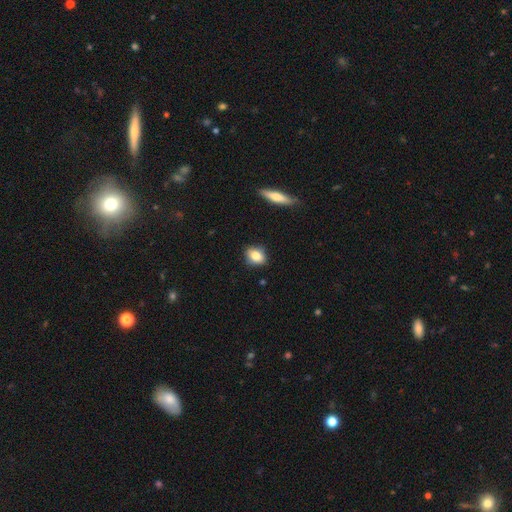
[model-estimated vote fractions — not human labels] smooth-or-featured: smooth: 80% | featured or disk: 12% | star or artifact: 9%
  how-rounded: in between: 55% | round: 42% | cigar-shaped: 3%
  merging: none: 85% | minor disturbance: 11% | major disturbance: 2% | merger: 2%